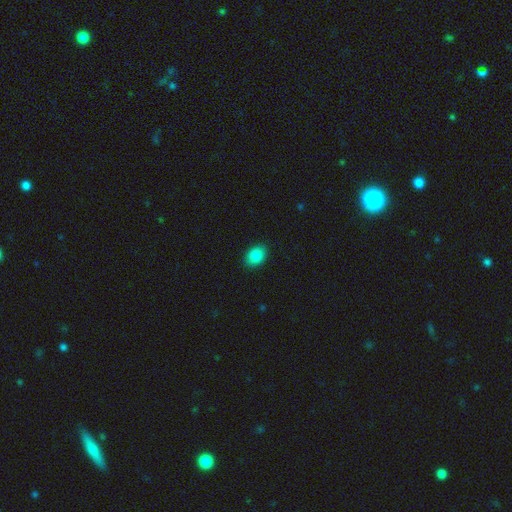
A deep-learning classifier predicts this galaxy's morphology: smooth-or-featured: smooth: 86% | star or artifact: 9% | featured or disk: 5%
  how-rounded: in between: 71% | round: 28% | cigar-shaped: 1%
  merging: none: 88% | minor disturbance: 9% | major disturbance: 2% | merger: 1%